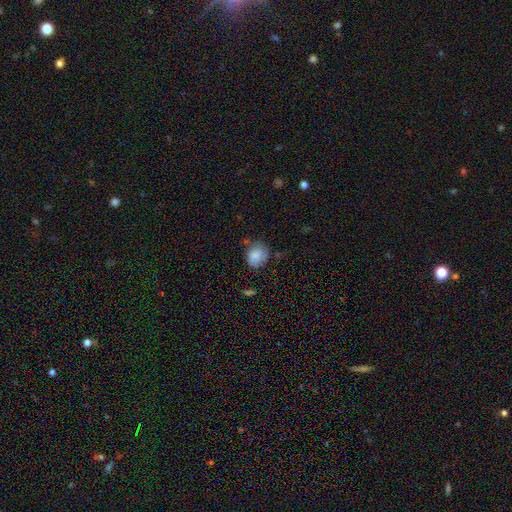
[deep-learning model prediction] Smooth or featured?
  - smooth: 82% *
  - featured or disk: 10%
  - star or artifact: 8%
How rounded?
  - round: 64% *
  - in between: 35%
  - cigar-shaped: 1%
Merging?
  - none: 64% *
  - minor disturbance: 26%
  - major disturbance: 6%
  - merger: 4%